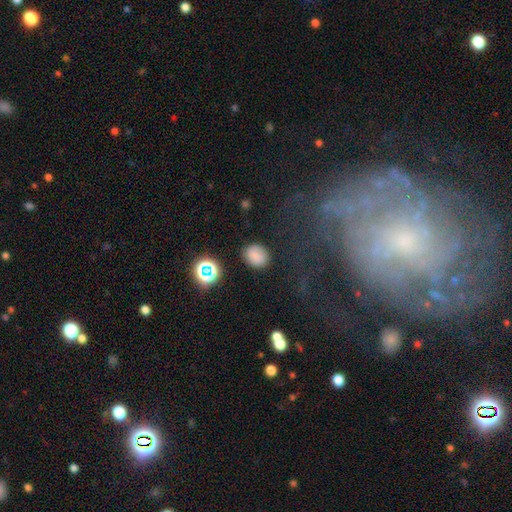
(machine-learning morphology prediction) Smooth or featured? Predicted: smooth (p=0.80). How rounded? Predicted: round (p=0.55). Merging? Predicted: none (p=0.83).